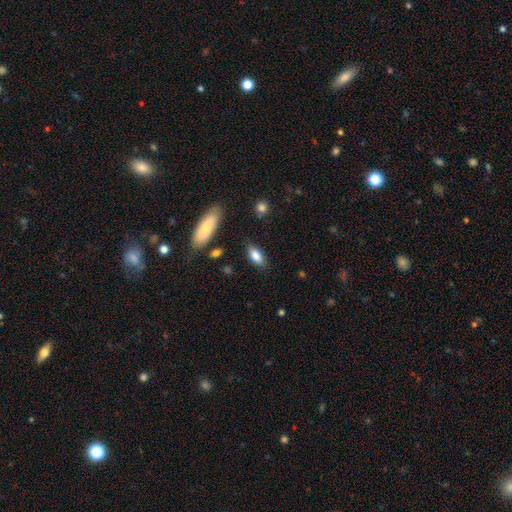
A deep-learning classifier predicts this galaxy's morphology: Overall: smooth (83%). How rounded: in between (85%). Merging: none (80%).